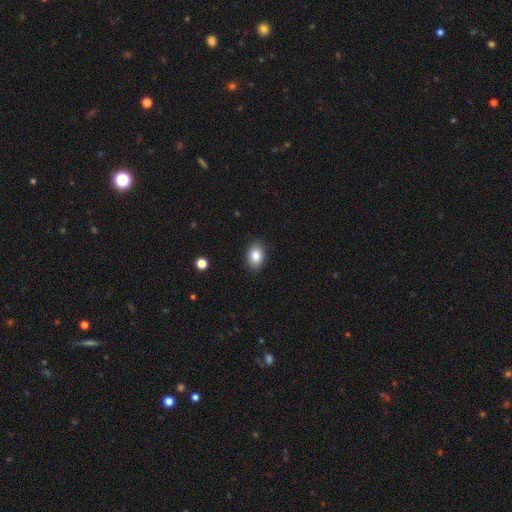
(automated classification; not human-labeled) Smooth or featured? Predicted: smooth (p=0.85). How rounded? Predicted: in between (p=0.77). Merging? Predicted: none (p=0.89).